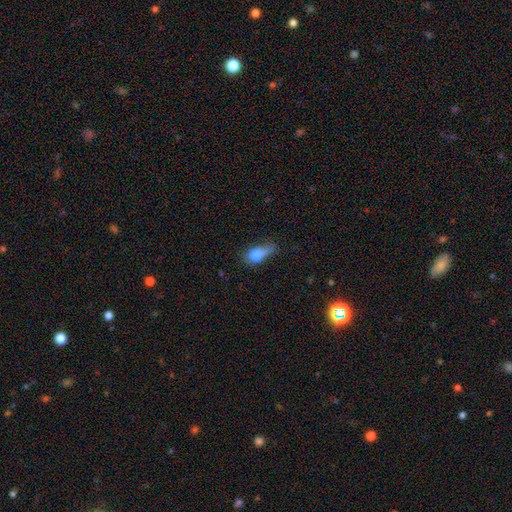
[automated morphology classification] Overall: smooth (74%). How rounded: in between (64%; round 27%). Merging: minor disturbance (35%; major disturbance 32%).